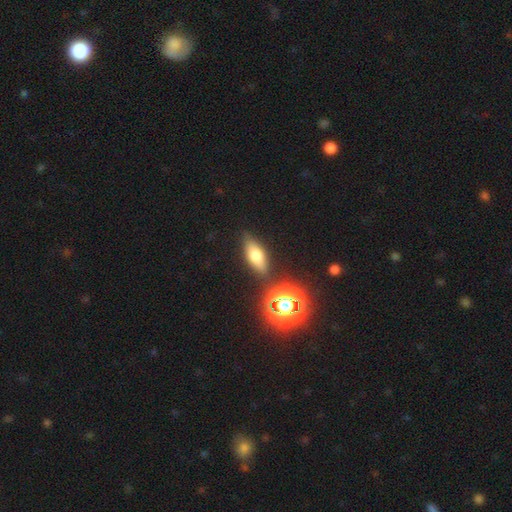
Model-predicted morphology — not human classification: smooth-or-featured: smooth: 58% | featured or disk: 26% | star or artifact: 16%
  how-rounded: in between: 70% | cigar-shaped: 24% | round: 7%
  merging: none: 79% | minor disturbance: 12% | merger: 5% | major disturbance: 3%